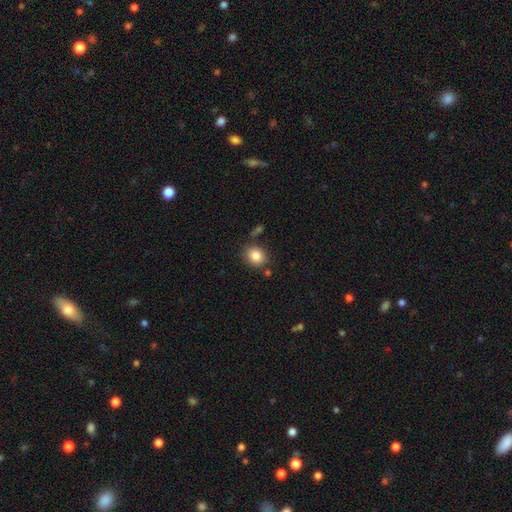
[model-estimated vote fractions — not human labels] Smooth or featured? smooth (85%)
How rounded? round (56%)
Merging? none (79%)